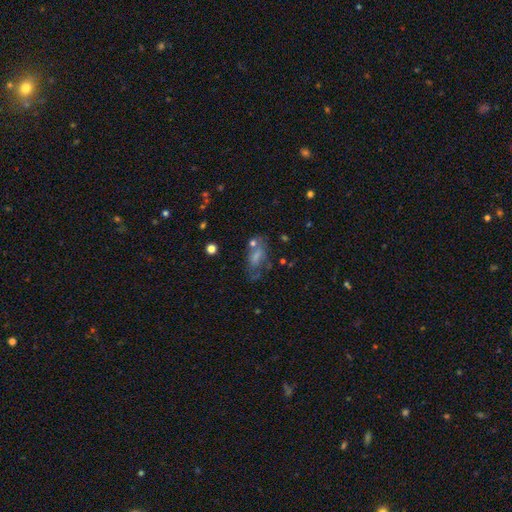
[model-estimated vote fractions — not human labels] Q: Smooth or featured?
A: featured or disk (39%); runner-up: smooth (38%)
Q: Merging?
A: none (52%); runner-up: minor disturbance (21%)